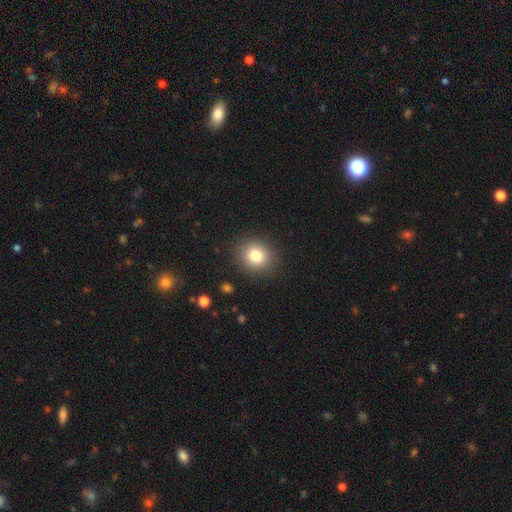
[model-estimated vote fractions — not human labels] This is clearly a smooth galaxy (81%). How rounded: likely round (77%). Merging: clearly none (89%).